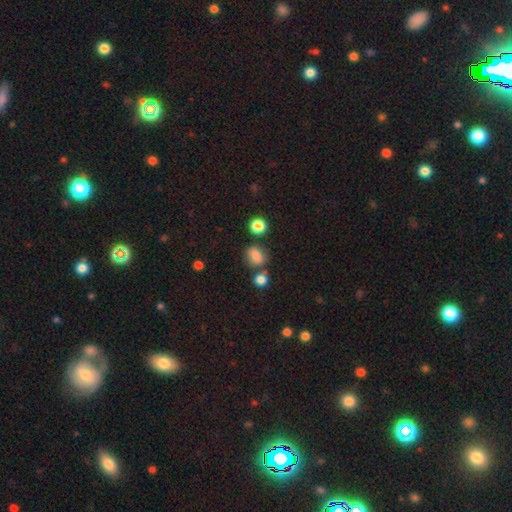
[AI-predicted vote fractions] Smooth or featured: smooth — 80% (star or artifact — 13%)
How rounded: round — 51% (in between — 47%)
Merging: none — 67% (minor disturbance — 15%)